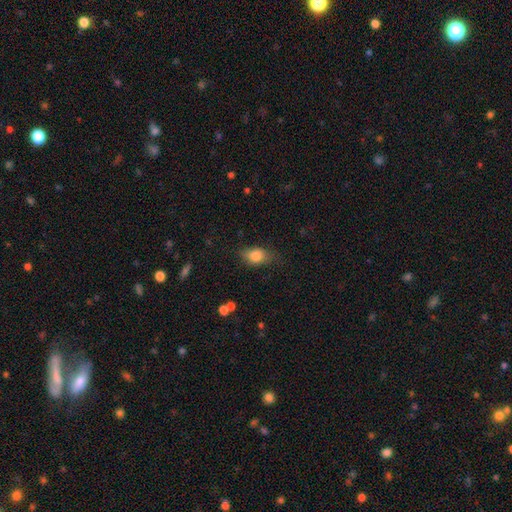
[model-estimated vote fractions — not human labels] Overall: smooth (82%). How rounded: in between (82%). Merging: none (65%).